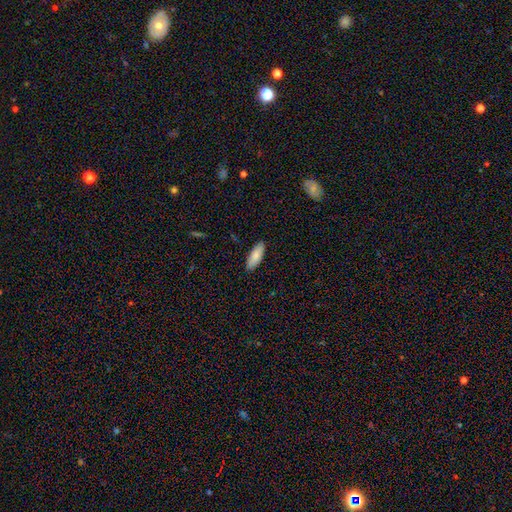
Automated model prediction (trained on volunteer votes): smooth-or-featured: smooth: 83% | featured or disk: 11% | star or artifact: 6%
  how-rounded: in between: 69% | cigar-shaped: 30% | round: 2%
  merging: none: 89% | minor disturbance: 8% | major disturbance: 2% | merger: 1%